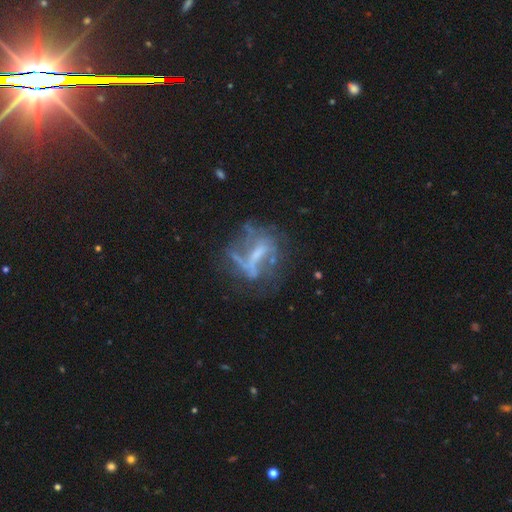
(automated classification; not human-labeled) A featured or disk galaxy (70%) with a strong bar (40%), no spiral arms (53%) and no central bulge (42%).

Vote fractions:
- Smooth or featured? featured or disk: 70% / smooth: 16% / star or artifact: 14%
- Edge-on disk? no: 92% / yes: 8%
- Bar? strong: 40% / weak: 33% / no: 27%
- Spiral arms? no: 53% / yes: 47%
- Bulge size? none: 42% / small: 32% / moderate: 22% / large: 3% / dominant: 1%
- Merging? none: 44% / major disturbance: 29% / minor disturbance: 19% / merger: 8%